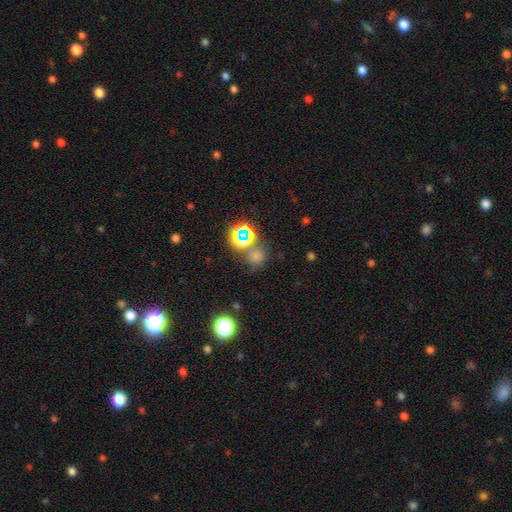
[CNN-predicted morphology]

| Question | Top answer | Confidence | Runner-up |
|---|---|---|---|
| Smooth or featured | smooth | 60% | star or artifact (32%) |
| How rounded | round | 86% | in between (13%) |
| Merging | none | 68% | merger (17%) |